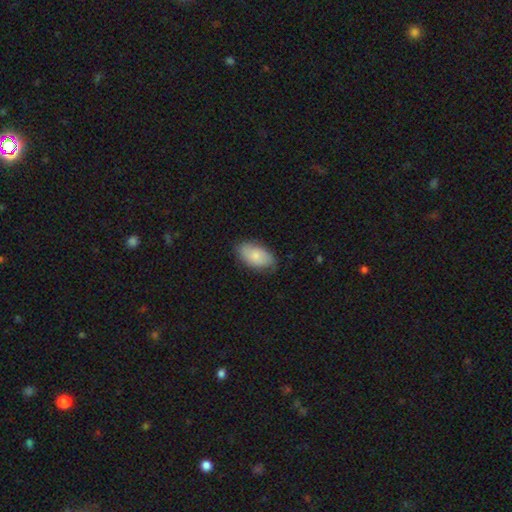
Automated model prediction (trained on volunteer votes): The model was most divided on "merging": none: 76%, minor disturbance: 19%, major disturbance: 4%, merger: 1%. More confident: how rounded — in between (94%); smooth or featured — smooth (76%).